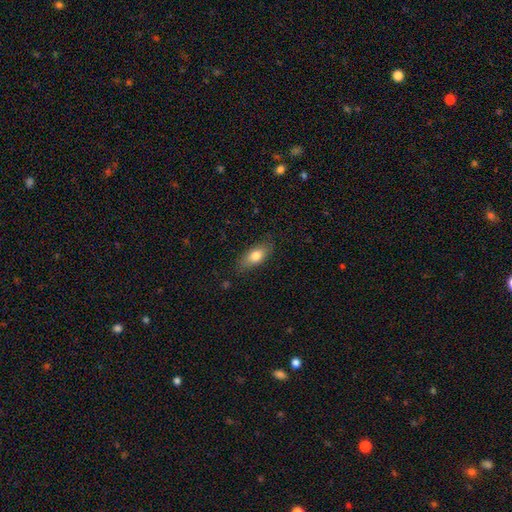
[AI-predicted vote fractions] Smooth or featured? smooth (77%)
How rounded? in between (83%)
Merging? none (77%)